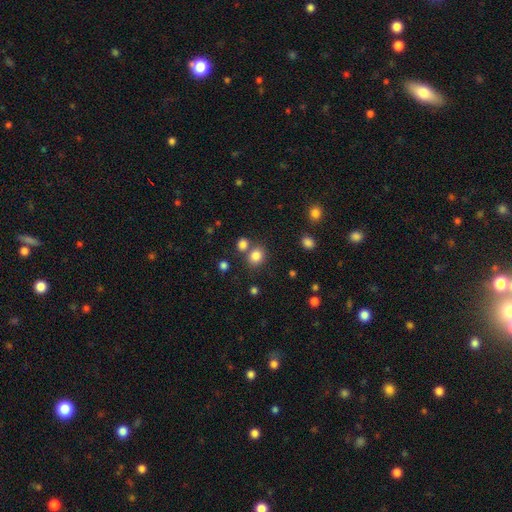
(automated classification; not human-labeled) Morphology: type=smooth (82%); roundness=round (67%); merging=none (65%).